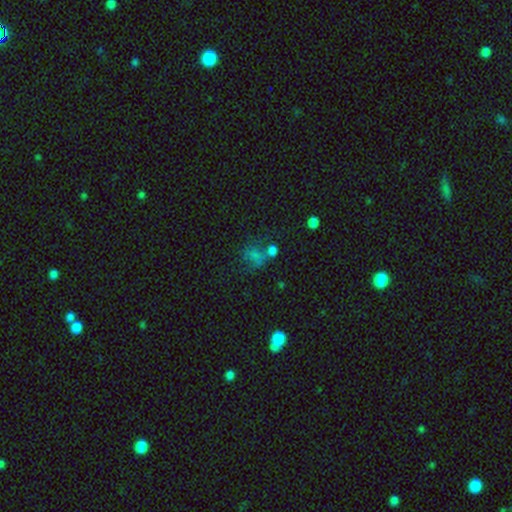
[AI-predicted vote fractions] This is possibly a smooth galaxy (58%). How rounded: possibly round (59%). Merging: marginally none (34%).